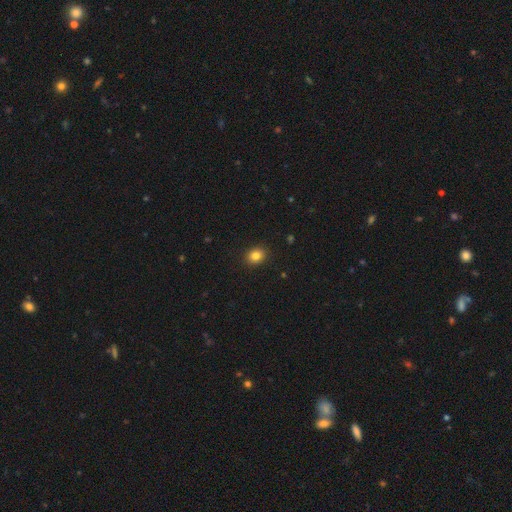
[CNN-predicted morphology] smooth 84%, star or artifact 11%, featured or disk 6%. Down the decision tree: how rounded — round (52%); merging — none (90%).